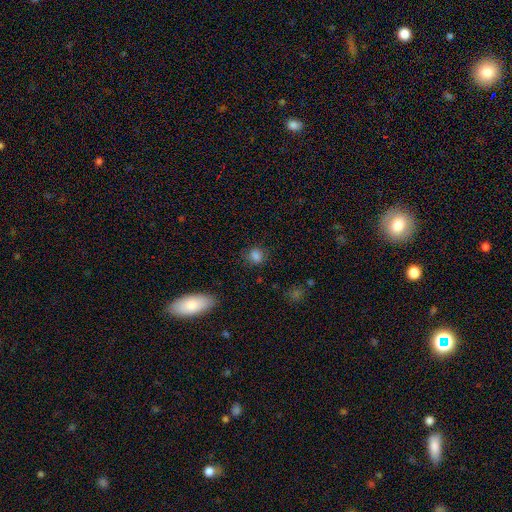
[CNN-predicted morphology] smooth 82%, star or artifact 12%, featured or disk 5%. Down the decision tree: how rounded — round (69%); merging — none (80%).